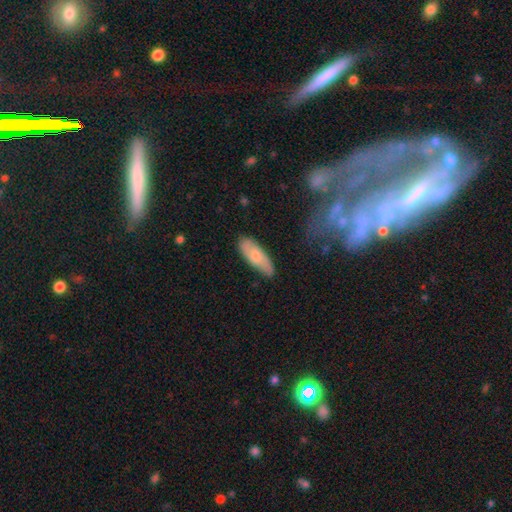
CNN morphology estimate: A smooth galaxy with no disk features (70%) that is in between round and cigar-shaped (67%). Merging: none (77%).